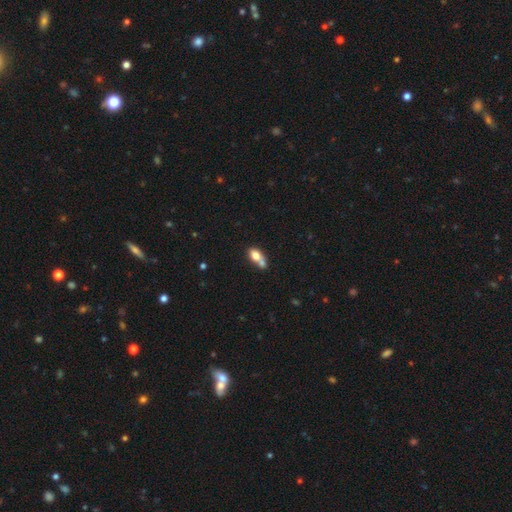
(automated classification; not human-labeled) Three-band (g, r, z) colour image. It shows a smooth galaxy with no disk features (73%) that is in between round and cigar-shaped (78%). Merging: merger (56%).